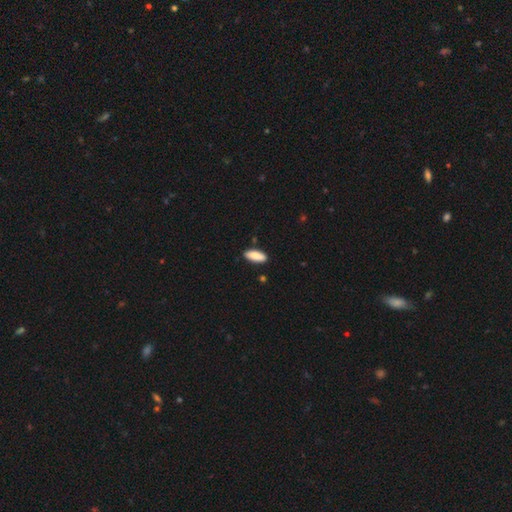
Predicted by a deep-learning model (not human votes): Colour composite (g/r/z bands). It shows a smooth galaxy with no disk features (87%) that is in between round and cigar-shaped (75%). Merging: none (86%).